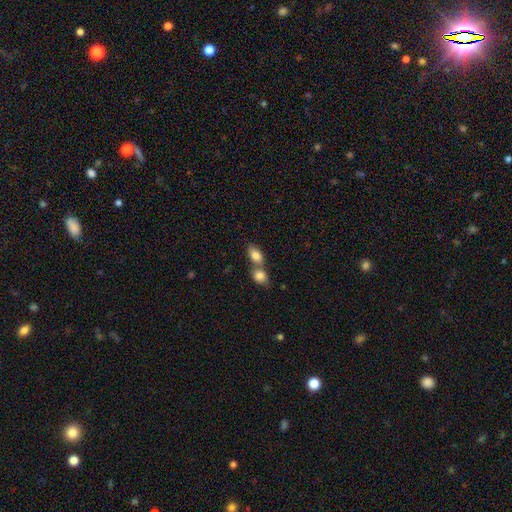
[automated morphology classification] Smooth or featured: smooth — 82% (featured or disk — 11%)
How rounded: in between — 85% (round — 12%)
Merging: merger — 62% (none — 28%)